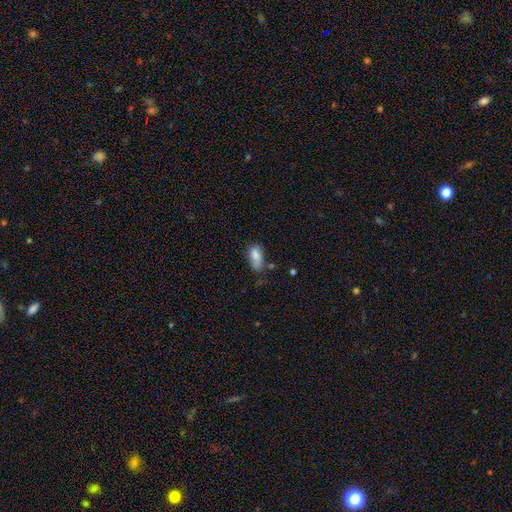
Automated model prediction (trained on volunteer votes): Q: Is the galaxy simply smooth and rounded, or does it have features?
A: smooth — 82%.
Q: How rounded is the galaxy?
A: in between — 88%.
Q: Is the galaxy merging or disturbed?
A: none — 38%.